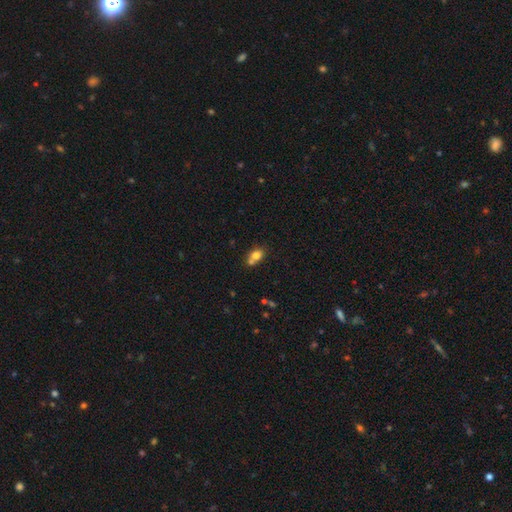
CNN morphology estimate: smooth 77%, featured or disk 12%, star or artifact 11%. Down the decision tree: how rounded — in between (61%); merging — none (42%).